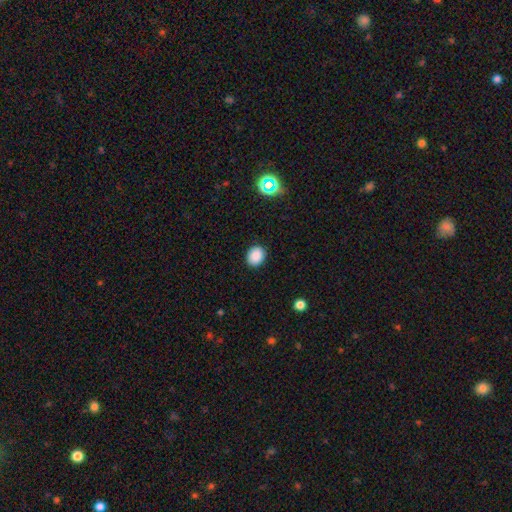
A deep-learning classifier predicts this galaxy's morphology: The model was most divided on "how rounded": round: 54%, in between: 45%, cigar-shaped: 1%. More confident: merging — none (89%); smooth or featured — smooth (88%).